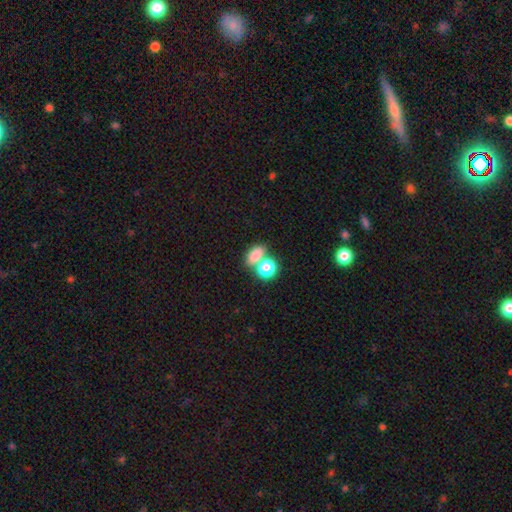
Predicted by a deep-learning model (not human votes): A smooth galaxy with no disk features (78%) that is in between round and cigar-shaped (71%).

Vote fractions:
- Smooth or featured? smooth: 78% / star or artifact: 14% / featured or disk: 8%
- How rounded? in between: 71% / round: 26% / cigar-shaped: 3%
- Merging? none: 49% / merger: 38% / minor disturbance: 9% / major disturbance: 4%